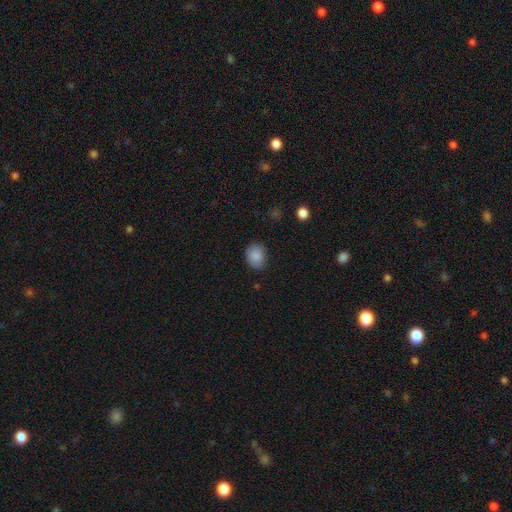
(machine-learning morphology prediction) Smooth or featured: smooth — 87% (star or artifact — 8%)
How rounded: round — 53% (in between — 46%)
Merging: none — 77% (minor disturbance — 18%)